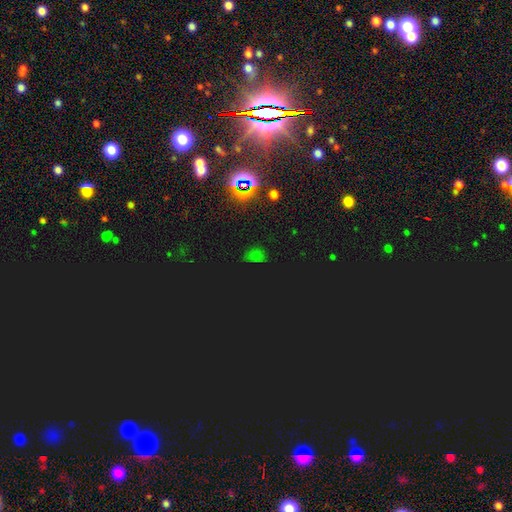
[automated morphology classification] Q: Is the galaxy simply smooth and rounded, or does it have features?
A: star or artifact — 61%.